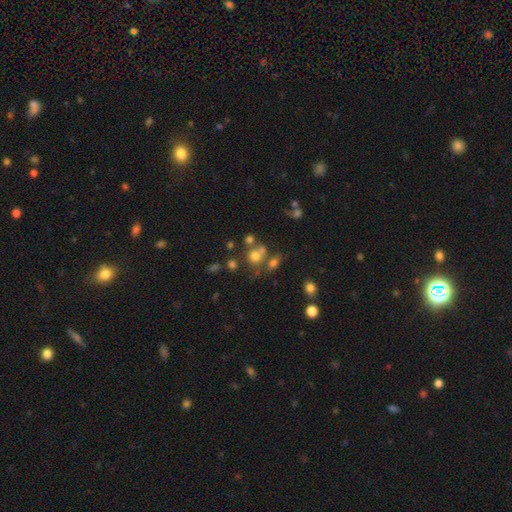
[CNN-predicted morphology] A smooth galaxy with no disk features (66%) that is round (79%).

Vote fractions:
- Smooth or featured? smooth: 66% / star or artifact: 19% / featured or disk: 15%
- How rounded? round: 79% / in between: 20% / cigar-shaped: 1%
- Merging? none: 50% / merger: 32% / minor disturbance: 11% / major disturbance: 7%